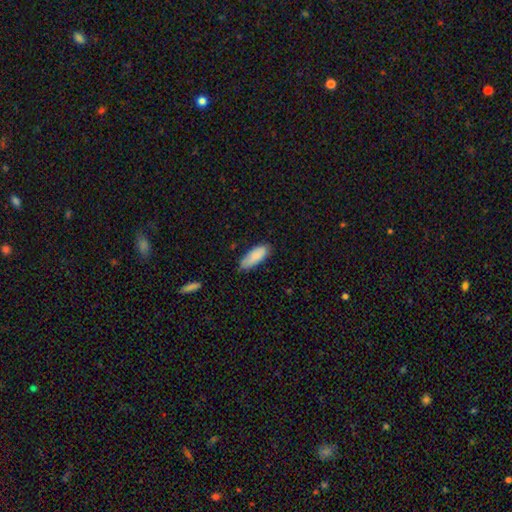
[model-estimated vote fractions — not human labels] This is clearly a smooth galaxy (86%). How rounded: likely in between (75%). Merging: likely none (73%).